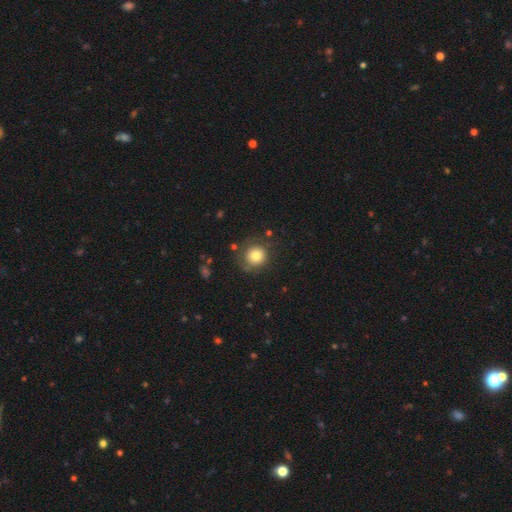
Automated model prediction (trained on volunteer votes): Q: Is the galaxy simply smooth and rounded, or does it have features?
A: smooth — 78%.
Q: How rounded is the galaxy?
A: round — 92%.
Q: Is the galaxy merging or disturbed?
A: none — 76%.